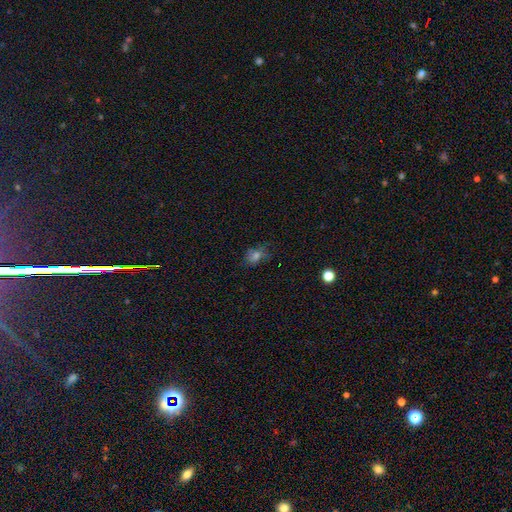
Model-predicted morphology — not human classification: Q: Smooth or featured?
A: smooth (63%); runner-up: star or artifact (21%)
Q: How rounded?
A: in between (58%); runner-up: round (40%)
Q: Merging?
A: none (64%); runner-up: minor disturbance (24%)